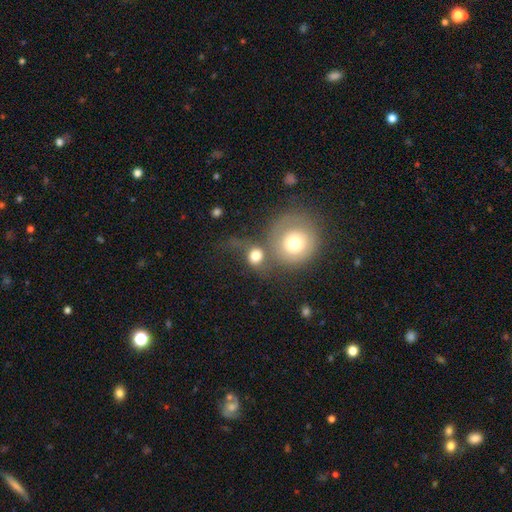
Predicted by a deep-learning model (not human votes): This is likely a smooth galaxy (69%). How rounded: likely round (75%). Merging: possibly merger (48%).